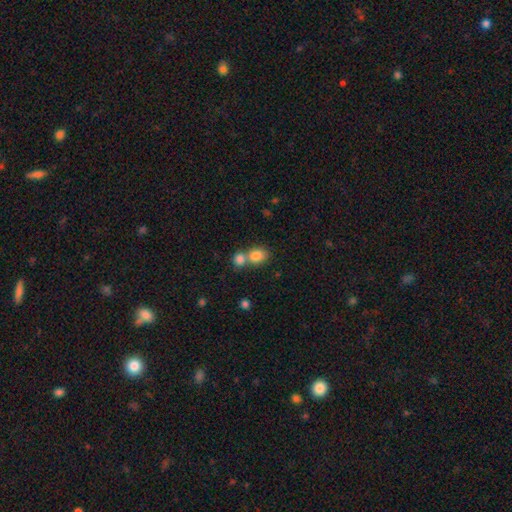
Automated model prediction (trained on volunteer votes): Q: Smooth or featured?
A: smooth (82%); runner-up: star or artifact (10%)
Q: How rounded?
A: in between (51%); runner-up: round (48%)
Q: Merging?
A: merger (51%); runner-up: none (39%)